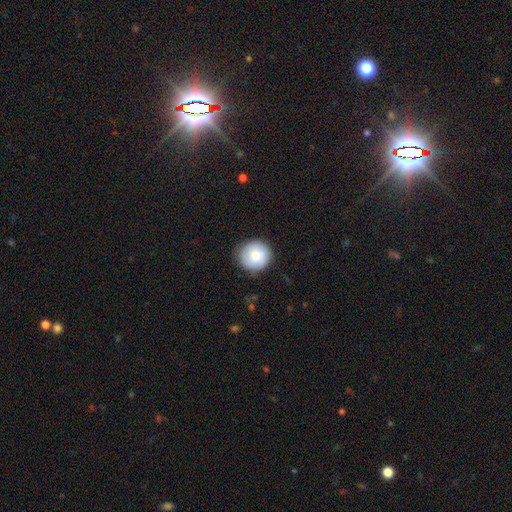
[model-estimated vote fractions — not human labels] Smooth or featured? smooth (83%)
How rounded? round (92%)
Merging? none (85%)